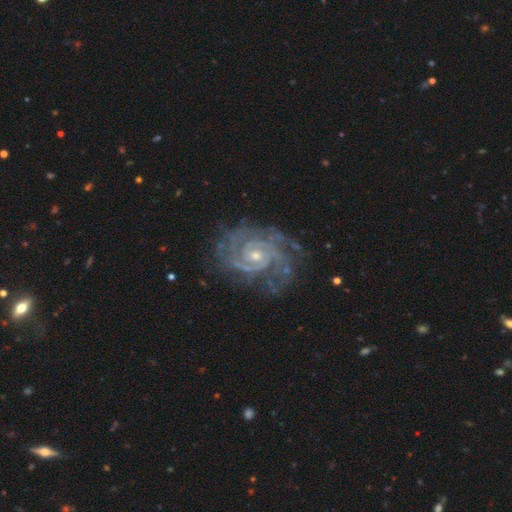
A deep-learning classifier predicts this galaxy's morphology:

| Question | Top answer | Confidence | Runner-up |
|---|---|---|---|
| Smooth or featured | featured or disk | 91% | star or artifact (6%) |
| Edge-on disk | no | 98% | yes (2%) |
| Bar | no | 64% | weak (28%) |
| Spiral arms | yes | 98% | no (2%) |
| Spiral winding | tight | 68% | medium (28%) |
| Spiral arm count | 2 | 34% | 3 (23%) |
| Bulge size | small | 60% | moderate (37%) |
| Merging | none | 70% | minor disturbance (19%) |